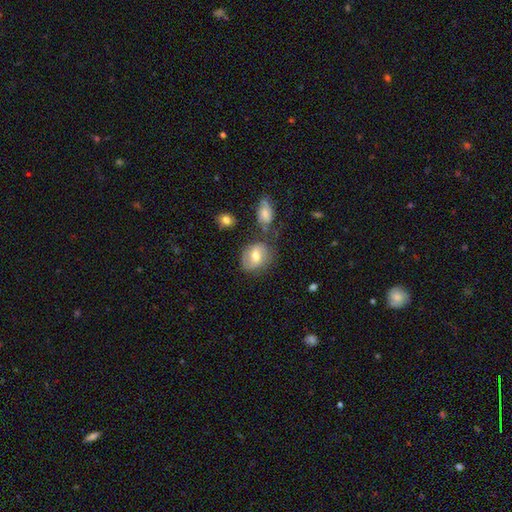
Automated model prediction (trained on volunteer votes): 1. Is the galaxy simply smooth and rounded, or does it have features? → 59% smooth, 33% featured or disk, 8% star or artifact.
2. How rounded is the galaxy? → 53% round, 46% in between, 1% cigar-shaped.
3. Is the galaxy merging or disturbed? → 62% none, 21% minor disturbance, 10% merger, 8% major disturbance.